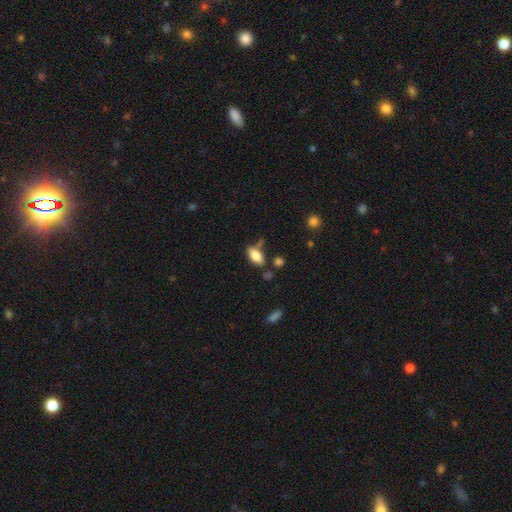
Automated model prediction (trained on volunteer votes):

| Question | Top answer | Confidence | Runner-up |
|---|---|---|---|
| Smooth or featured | smooth | 78% | featured or disk (14%) |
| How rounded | in between | 89% | cigar-shaped (8%) |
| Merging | none | 63% | minor disturbance (20%) |